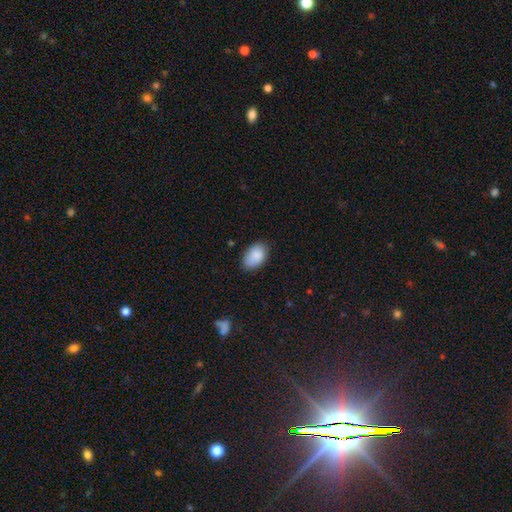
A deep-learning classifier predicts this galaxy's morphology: Q: Smooth or featured?
A: smooth (88%); runner-up: star or artifact (7%)
Q: How rounded?
A: in between (90%); runner-up: round (9%)
Q: Merging?
A: none (77%); runner-up: minor disturbance (18%)